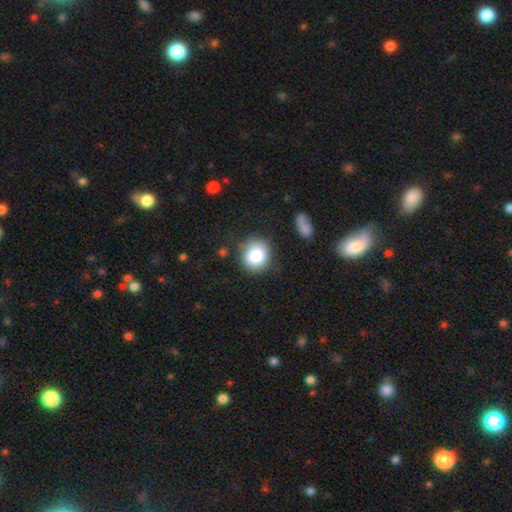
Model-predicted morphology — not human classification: Smooth or featured: smooth — 84% (star or artifact — 9%)
How rounded: round — 82% (in between — 18%)
Merging: none — 80% (minor disturbance — 13%)